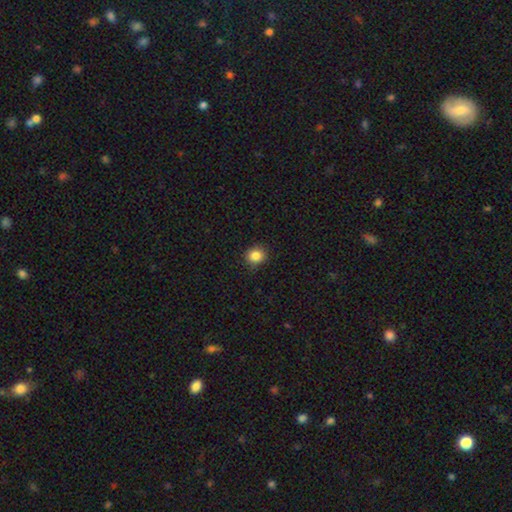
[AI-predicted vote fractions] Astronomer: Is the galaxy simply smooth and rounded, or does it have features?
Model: smooth — 85%.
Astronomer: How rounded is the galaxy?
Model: round — 84%.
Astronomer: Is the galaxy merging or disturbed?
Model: none — 89%.